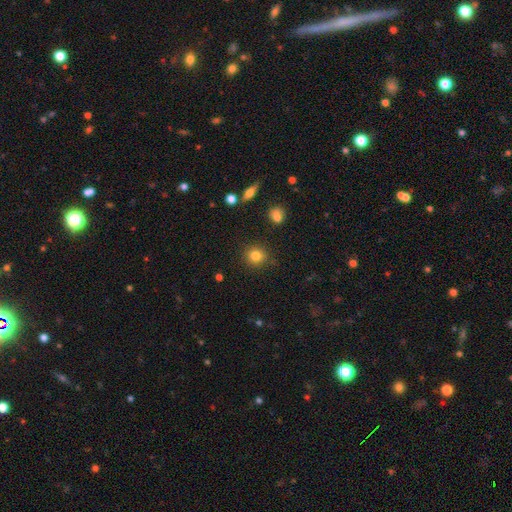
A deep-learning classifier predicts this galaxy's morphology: Smooth or featured? smooth (82%)
How rounded? round (89%)
Merging? none (87%)